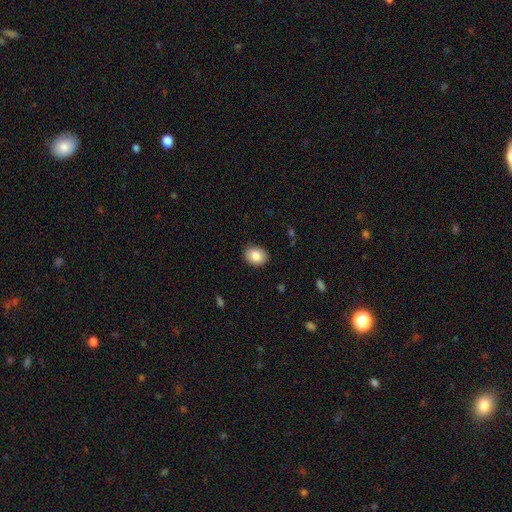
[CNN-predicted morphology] A smooth galaxy with no disk features (85%) that is in between round and cigar-shaped (51%).

Vote fractions:
- Smooth or featured? smooth: 85% / star or artifact: 8% / featured or disk: 7%
- How rounded? in between: 51% / round: 48% / cigar-shaped: 1%
- Merging? none: 88% / minor disturbance: 9% / major disturbance: 2% / merger: 1%